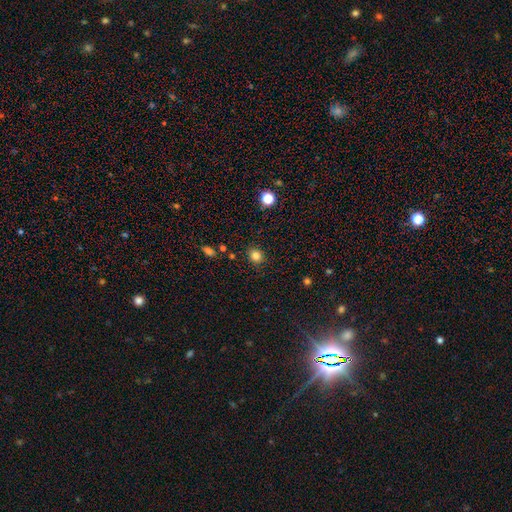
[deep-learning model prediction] A smooth galaxy with no disk features (82%) that is round (73%).

Vote fractions:
- Smooth or featured? smooth: 82% / star or artifact: 13% / featured or disk: 6%
- How rounded? round: 73% / in between: 26% / cigar-shaped: 1%
- Merging? none: 88% / minor disturbance: 8% / major disturbance: 2% / merger: 2%